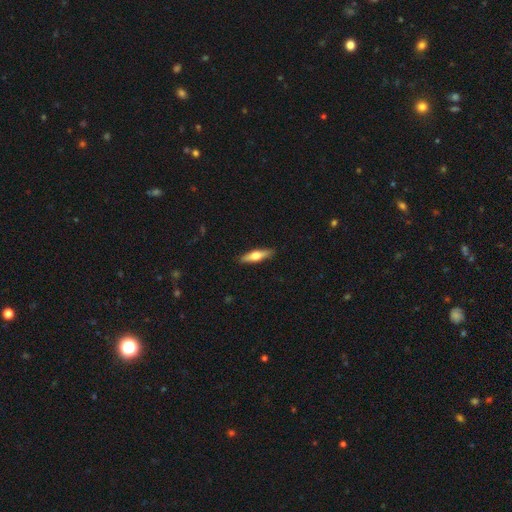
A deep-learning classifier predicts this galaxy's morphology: Smooth or featured: featured or disk — 47% (tied with smooth — 47%)
Merging: none — 90% (minor disturbance — 7%)